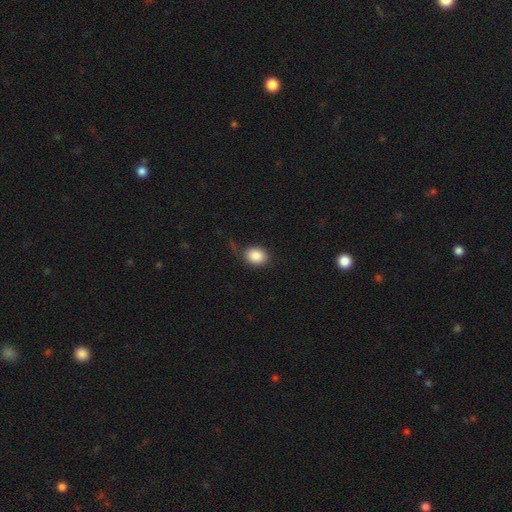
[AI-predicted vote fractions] This is clearly a smooth galaxy (87%). How rounded: possibly round (50%). Merging: likely none (72%).